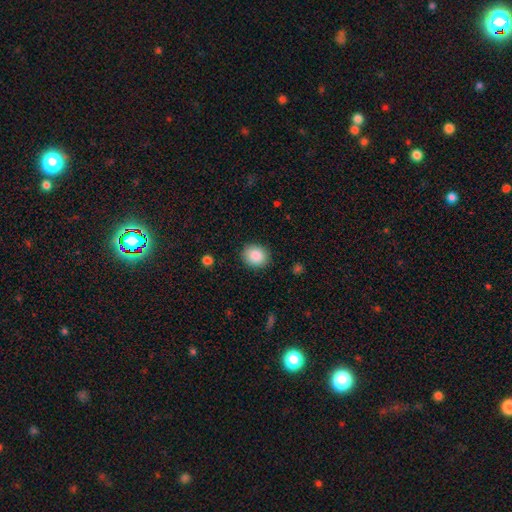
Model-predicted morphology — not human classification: Smooth or featured?
  - smooth: 88% *
  - star or artifact: 8%
  - featured or disk: 4%
How rounded?
  - round: 73% *
  - in between: 26%
  - cigar-shaped: 1%
Merging?
  - none: 89% *
  - minor disturbance: 8%
  - major disturbance: 2%
  - merger: 1%